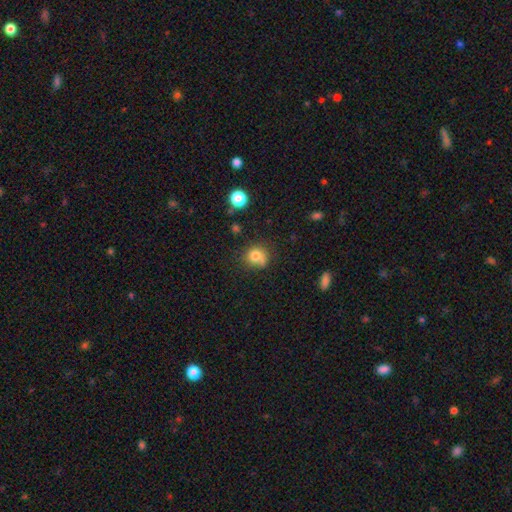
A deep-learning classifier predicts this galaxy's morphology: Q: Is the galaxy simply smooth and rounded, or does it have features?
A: smooth — 78%.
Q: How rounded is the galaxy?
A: round — 77%.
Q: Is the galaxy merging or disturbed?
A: none — 53%.